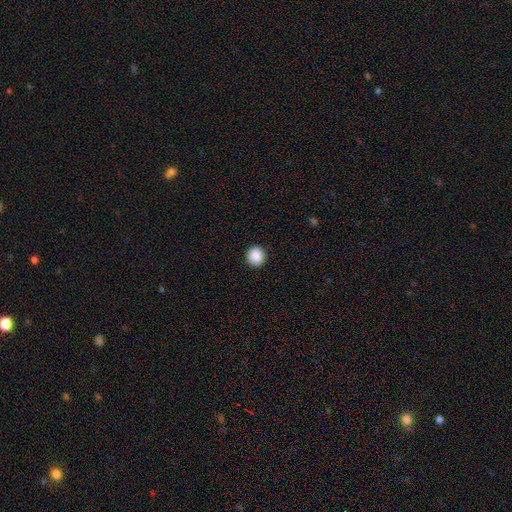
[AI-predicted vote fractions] Morphology: type=smooth (89%); roundness=round (78%); merging=none (90%).